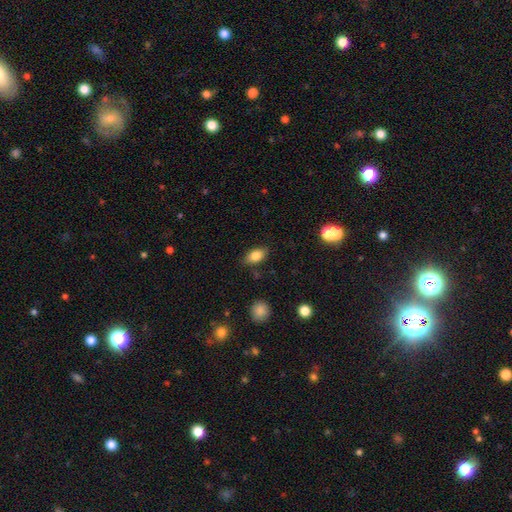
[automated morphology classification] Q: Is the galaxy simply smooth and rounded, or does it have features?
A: smooth — 81%.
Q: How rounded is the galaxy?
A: in between — 87%.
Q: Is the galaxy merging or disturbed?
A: none — 84%.